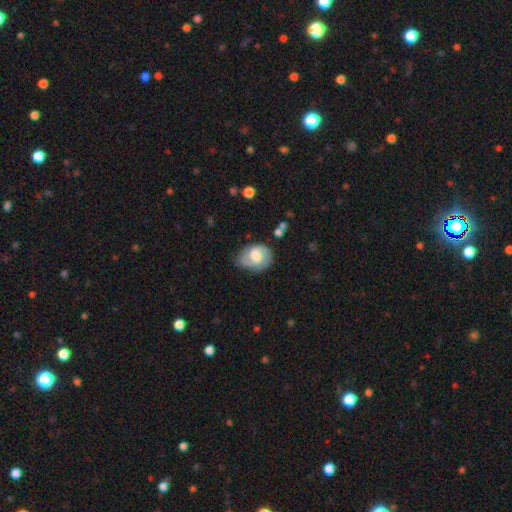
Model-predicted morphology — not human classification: Smooth or featured? featured or disk (47%)
Merging? none (54%)